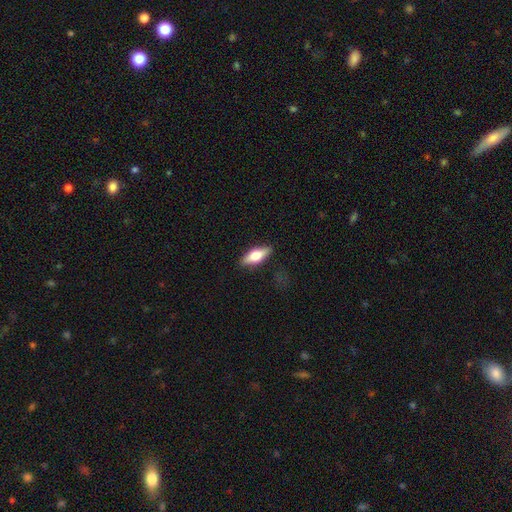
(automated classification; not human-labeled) The model was most divided on "smooth or featured": smooth: 59%, featured or disk: 35%, star or artifact: 7%. More confident: merging — none (85%); how rounded — in between (67%).